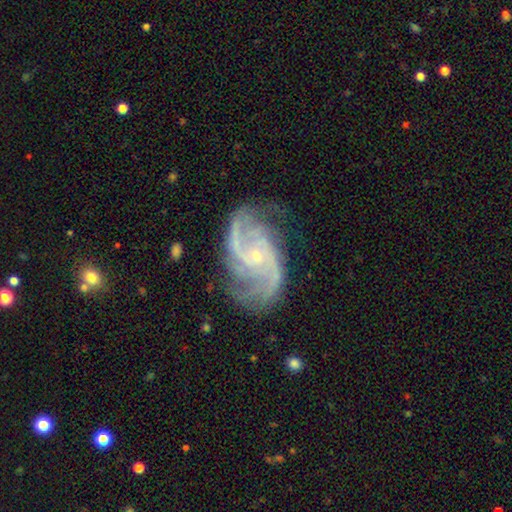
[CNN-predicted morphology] Smooth or featured? Predicted: featured or disk (p=0.92). Edge-on disk? Predicted: no (p=0.98). Bar? Predicted: no (p=0.66). Spiral arms? Predicted: yes (p=0.98). Spiral winding? Predicted: medium (p=0.56). Spiral arm count? Predicted: 2 (p=0.40). Bulge size? Predicted: small (p=0.81). Merging? Predicted: none (p=0.72).